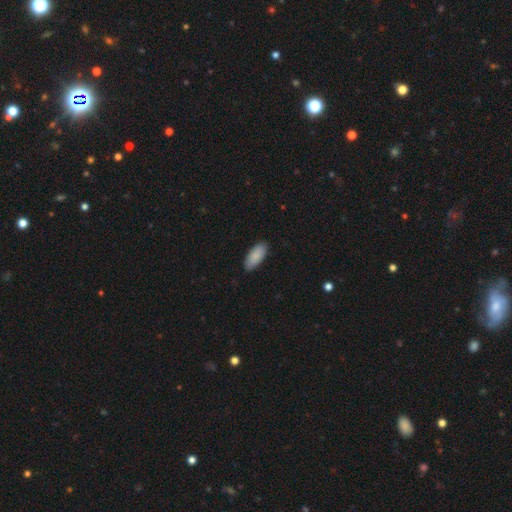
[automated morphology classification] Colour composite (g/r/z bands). It shows a smooth galaxy with no disk features (88%) that is in between round and cigar-shaped (87%). Merging: none (88%).